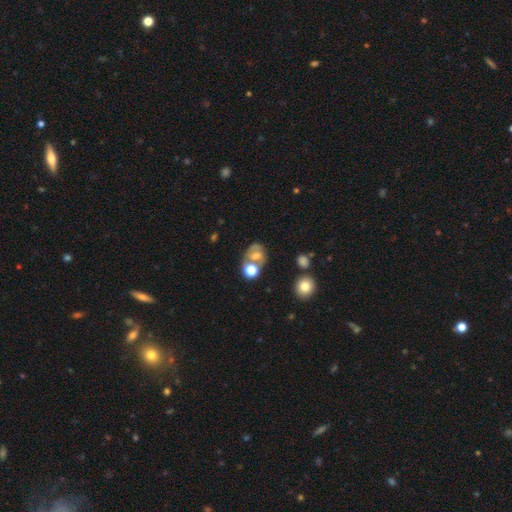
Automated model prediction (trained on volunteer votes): Smooth or featured? Predicted: smooth (p=0.51). How rounded? Predicted: in between (p=0.51). Merging? Predicted: none (p=0.40).